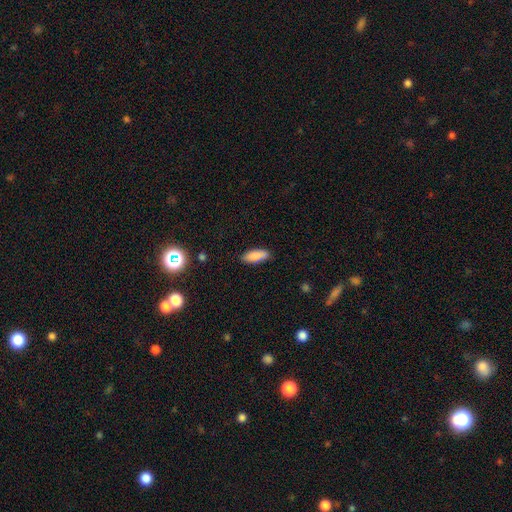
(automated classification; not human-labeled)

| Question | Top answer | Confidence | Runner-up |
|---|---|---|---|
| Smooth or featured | smooth | 87% | star or artifact (7%) |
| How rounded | in between | 75% | cigar-shaped (23%) |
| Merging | none | 82% | minor disturbance (14%) |